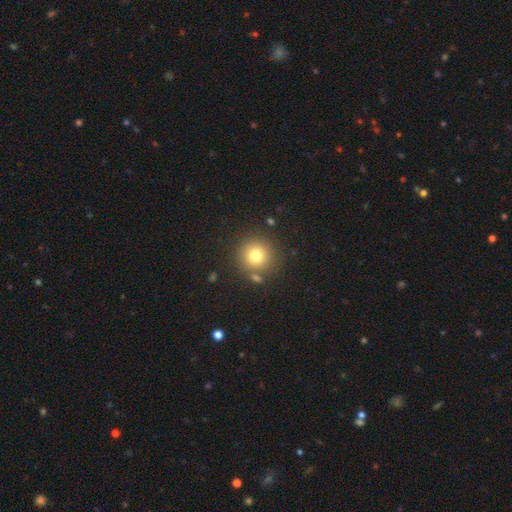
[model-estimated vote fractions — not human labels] Smooth or featured?
  - smooth: 77% *
  - star or artifact: 13%
  - featured or disk: 10%
How rounded?
  - round: 93% *
  - in between: 6%
  - cigar-shaped: 1%
Merging?
  - none: 81% *
  - minor disturbance: 8%
  - merger: 8%
  - major disturbance: 3%